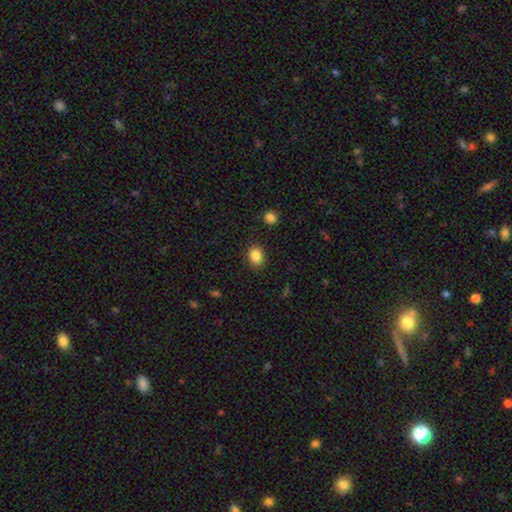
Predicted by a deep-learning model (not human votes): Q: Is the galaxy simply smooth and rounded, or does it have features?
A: smooth — 86%.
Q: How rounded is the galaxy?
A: in between — 59%.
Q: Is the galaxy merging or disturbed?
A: none — 87%.